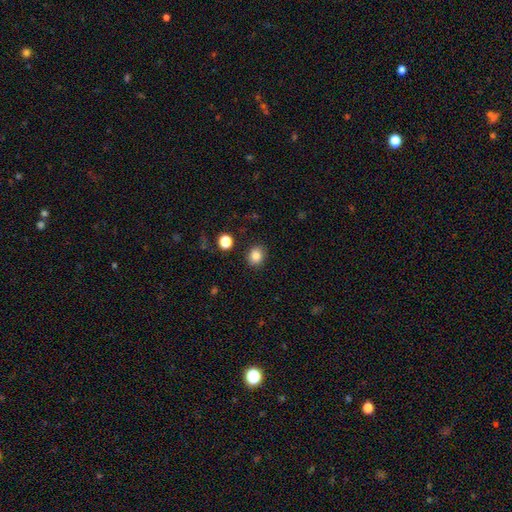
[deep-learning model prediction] A smooth galaxy with no disk features (84%) that is round (64%). Merging: none (87%).